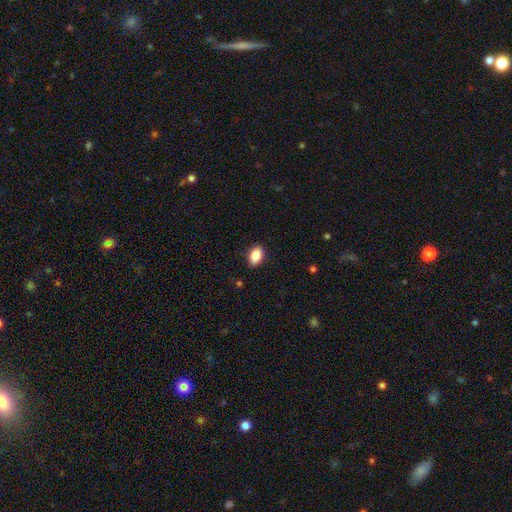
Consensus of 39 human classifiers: smooth_or_featured: smooth (p=0.85) [alt: star or artifact p=0.10]
how_rounded: in between (p=0.94) [alt: round p=0.03]
merging: none (p=0.86) [alt: minor disturbance p=0.09]